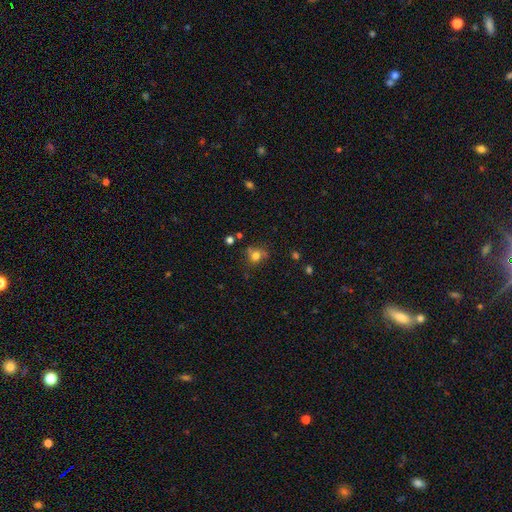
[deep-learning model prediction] This appears to be a smooth galaxy with no disk features (70%) that is round (70%). Merging: none (60%).